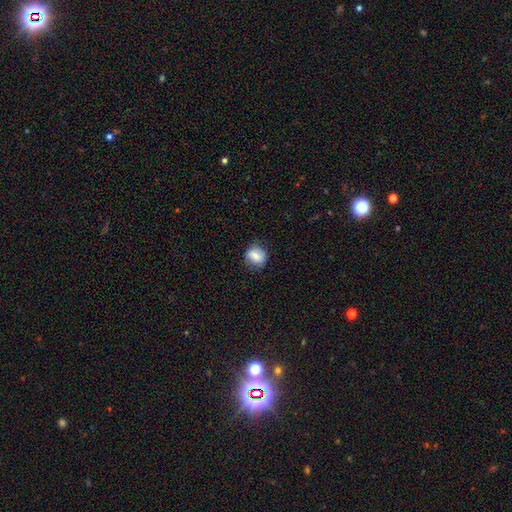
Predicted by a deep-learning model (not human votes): Smooth or featured?
  - smooth: 68% *
  - featured or disk: 24%
  - star or artifact: 9%
How rounded?
  - round: 72% *
  - in between: 27%
  - cigar-shaped: 1%
Merging?
  - none: 77% *
  - minor disturbance: 17%
  - major disturbance: 5%
  - merger: 1%